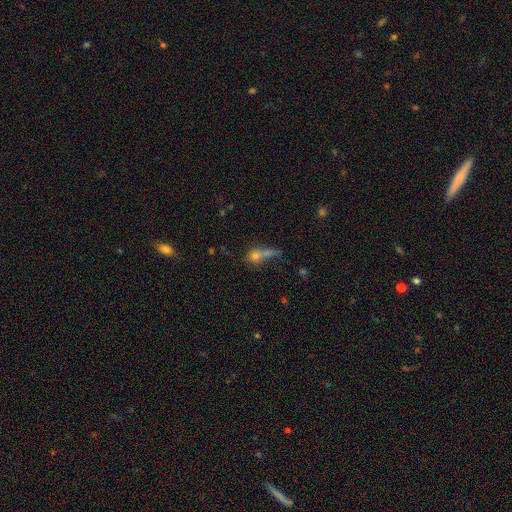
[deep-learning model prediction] Q: Smooth or featured?
A: smooth (65%); runner-up: featured or disk (18%)
Q: How rounded?
A: in between (43%); runner-up: round (42%)
Q: Merging?
A: merger (34%); runner-up: none (30%)